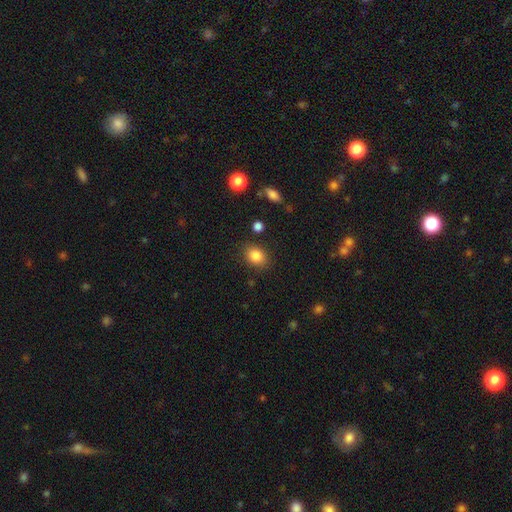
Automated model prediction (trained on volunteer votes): The model was most divided on "how rounded": in between: 61%, round: 38%, cigar-shaped: 1%. More confident: smooth or featured — smooth (85%); merging — none (84%).